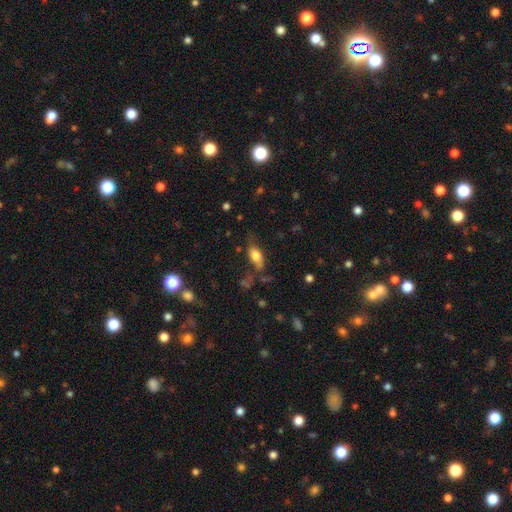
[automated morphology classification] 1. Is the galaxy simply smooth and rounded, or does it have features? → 67% smooth, 23% featured or disk, 9% star or artifact.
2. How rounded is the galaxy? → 80% in between, 14% cigar-shaped, 6% round.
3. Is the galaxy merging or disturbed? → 53% none, 24% minor disturbance, 17% major disturbance, 6% merger.